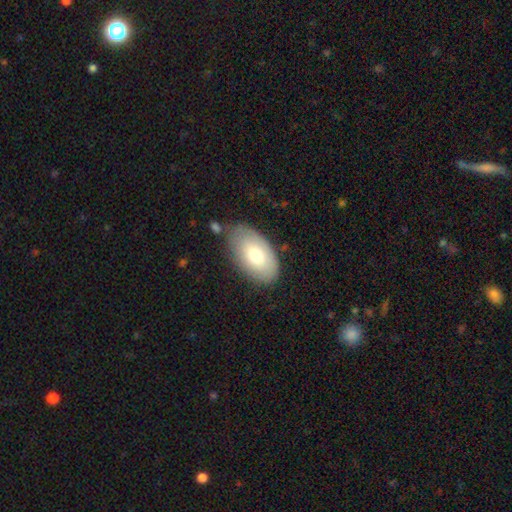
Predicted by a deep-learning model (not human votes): A smooth galaxy with no disk features (71%) that is in between round and cigar-shaped (94%). Merging: none (73%).